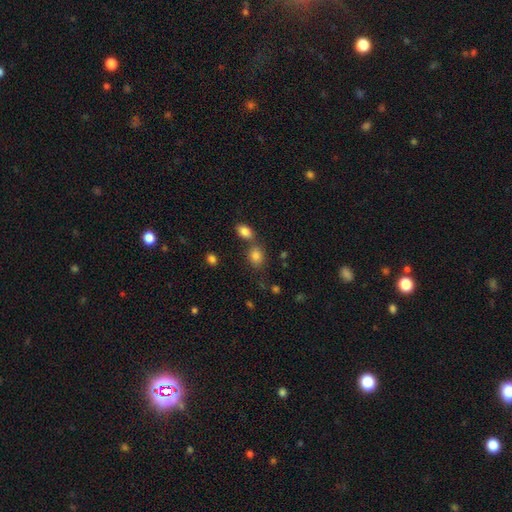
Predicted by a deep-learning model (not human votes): Smooth or featured? smooth (83%)
How rounded? in between (59%)
Merging? none (57%)